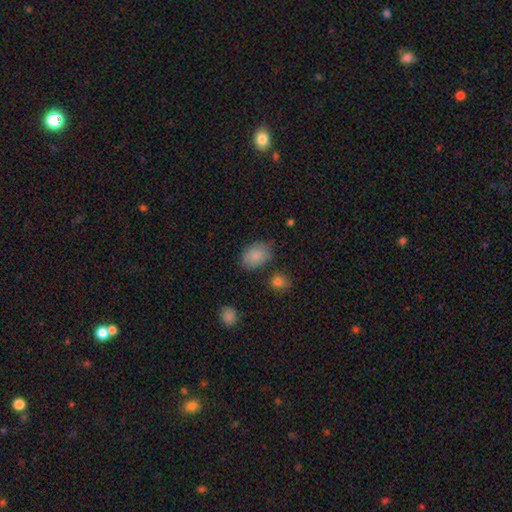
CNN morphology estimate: Overall: smooth (86%). How rounded: in between (81%). Merging: none (76%).